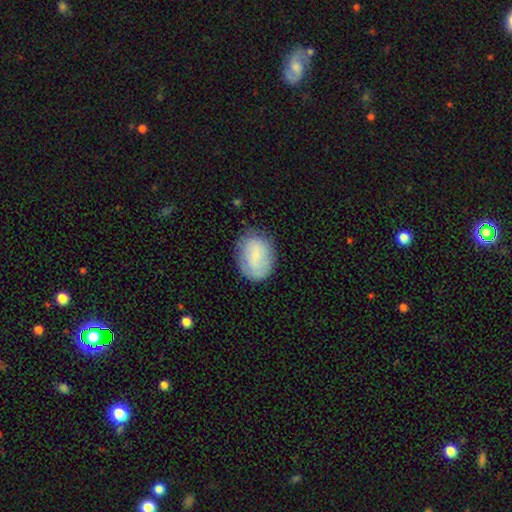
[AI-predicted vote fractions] smooth_or_featured: smooth (p=0.68) [alt: featured or disk p=0.24]
how_rounded: in between (p=0.66) [alt: round p=0.33]
merging: none (p=0.74) [alt: minor disturbance p=0.20]